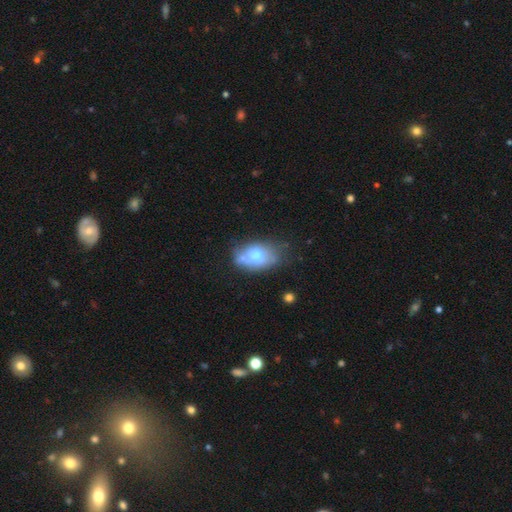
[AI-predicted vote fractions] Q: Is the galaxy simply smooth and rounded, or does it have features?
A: smooth — 63%.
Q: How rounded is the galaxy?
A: in between — 85%.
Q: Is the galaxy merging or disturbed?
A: none — 41%.